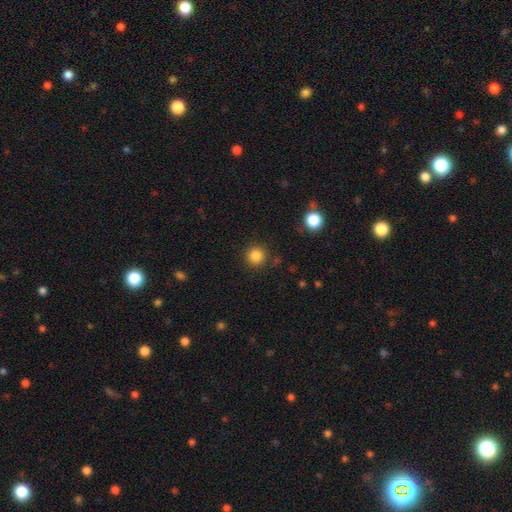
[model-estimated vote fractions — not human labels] The model was most divided on "smooth or featured": smooth: 84%, star or artifact: 12%, featured or disk: 4%. More confident: how rounded — round (94%); merging — none (89%).